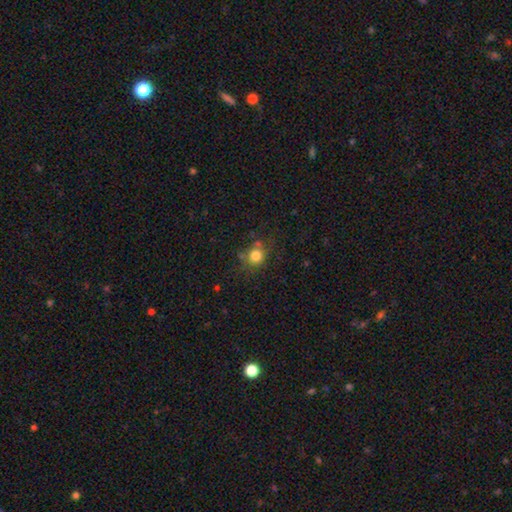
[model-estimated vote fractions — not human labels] Smooth or featured?
  - smooth: 79% *
  - star or artifact: 14%
  - featured or disk: 7%
How rounded?
  - round: 85% *
  - in between: 14%
  - cigar-shaped: 1%
Merging?
  - none: 70% *
  - minor disturbance: 15%
  - merger: 9%
  - major disturbance: 6%